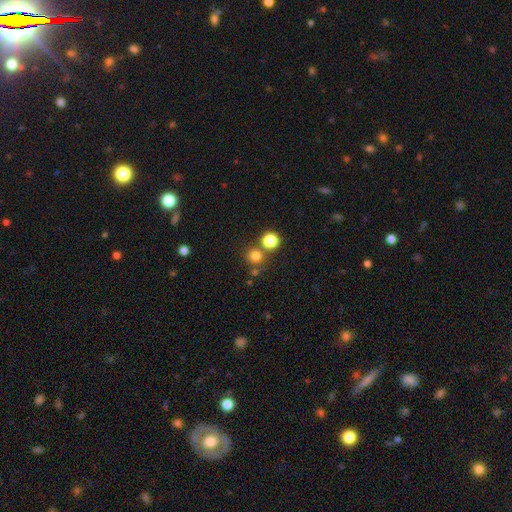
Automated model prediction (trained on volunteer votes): smooth-or-featured: smooth: 77% | star or artifact: 16% | featured or disk: 7%
  how-rounded: round: 90% | in between: 9% | cigar-shaped: 1%
  merging: none: 68% | merger: 20% | minor disturbance: 8% | major disturbance: 4%